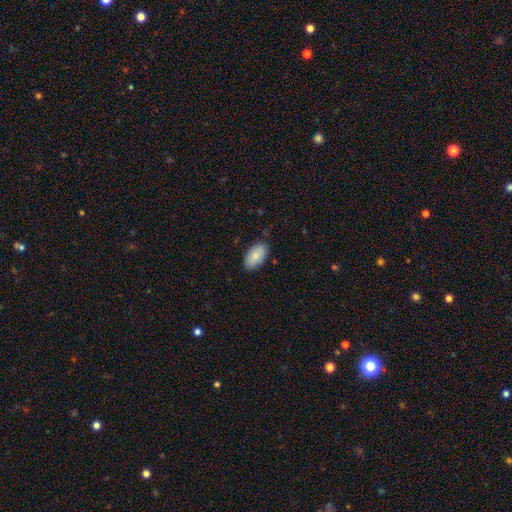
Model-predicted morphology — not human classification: smooth_or_featured: smooth (p=0.86) [alt: featured or disk p=0.08]
how_rounded: in between (p=0.95) [alt: round p=0.03]
merging: none (p=0.86) [alt: minor disturbance p=0.11]